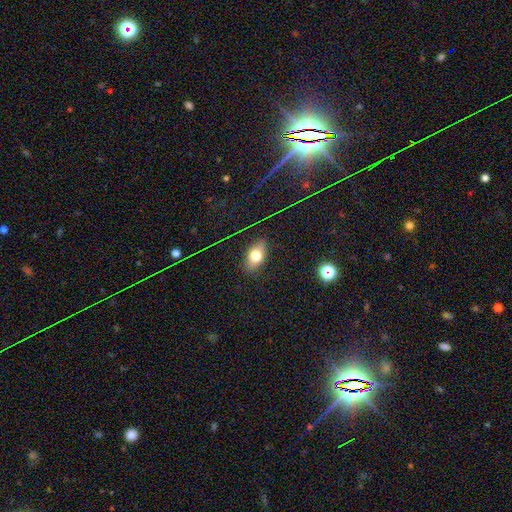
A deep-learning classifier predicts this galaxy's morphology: This appears to be a smooth galaxy with no disk features (69%) that is in between round and cigar-shaped (83%). Merging: none (85%).